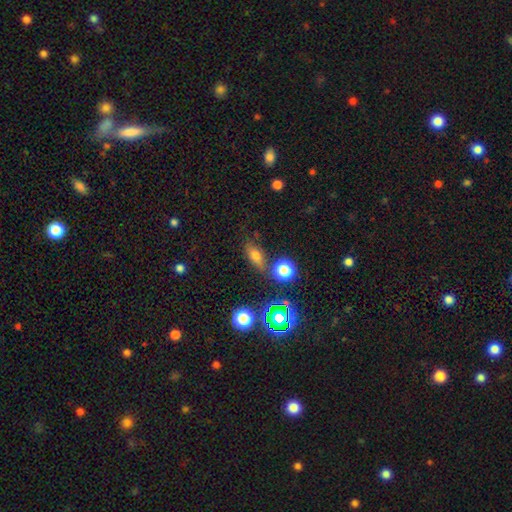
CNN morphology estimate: Smooth or featured?
  - smooth: 64% *
  - star or artifact: 22%
  - featured or disk: 15%
How rounded?
  - in between: 65% *
  - round: 18%
  - cigar-shaped: 17%
Merging?
  - none: 73% *
  - minor disturbance: 14%
  - merger: 8%
  - major disturbance: 5%